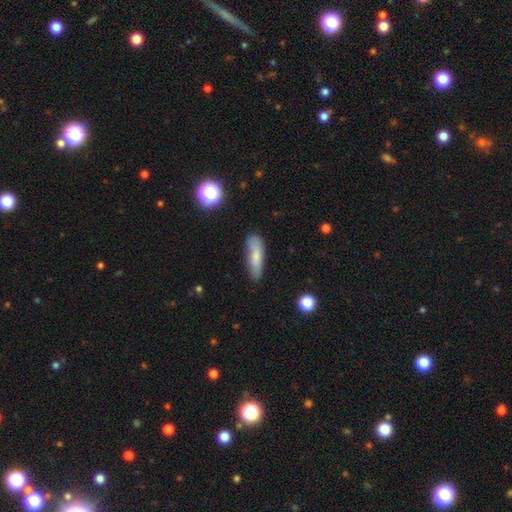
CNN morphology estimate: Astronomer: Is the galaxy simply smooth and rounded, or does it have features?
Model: smooth — 74%.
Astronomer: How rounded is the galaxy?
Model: cigar-shaped — 56% (runner-up: in between, 41%).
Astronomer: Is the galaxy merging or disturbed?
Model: none — 72%.